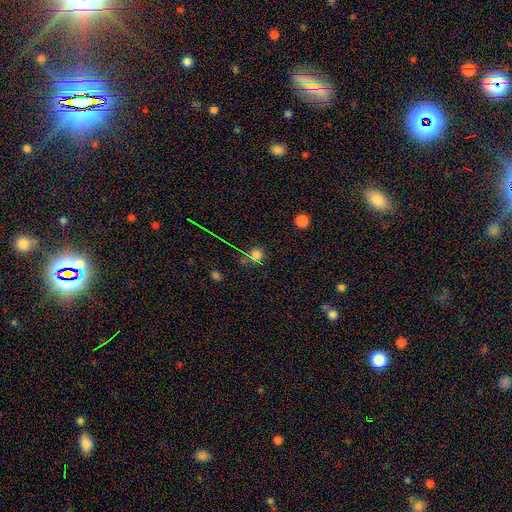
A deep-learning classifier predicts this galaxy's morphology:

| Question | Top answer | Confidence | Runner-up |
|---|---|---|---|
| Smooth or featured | smooth | 55% | star or artifact (37%) |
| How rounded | round | 85% | in between (13%) |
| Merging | none | 75% | minor disturbance (12%) |